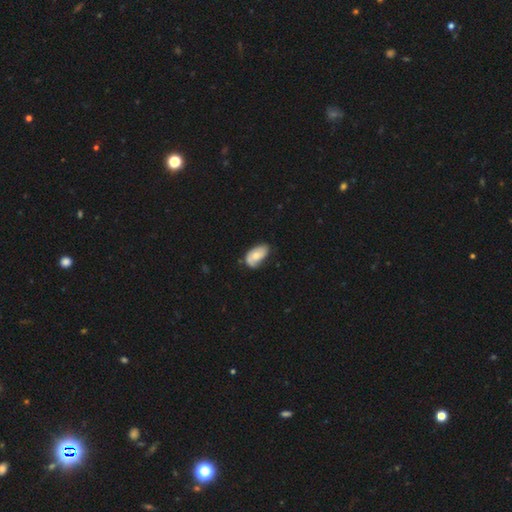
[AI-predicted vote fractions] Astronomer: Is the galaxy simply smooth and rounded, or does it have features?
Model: smooth — 55% (runner-up: featured or disk, 39%).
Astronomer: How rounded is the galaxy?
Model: in between — 93%.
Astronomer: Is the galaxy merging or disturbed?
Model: none — 50% (runner-up: minor disturbance, 36%).